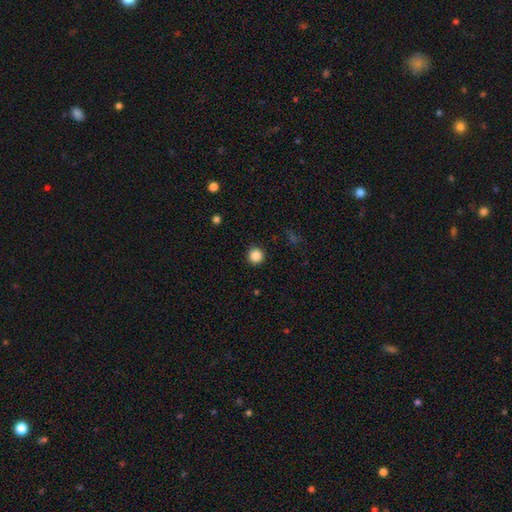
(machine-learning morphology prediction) smooth-or-featured: smooth: 86% | star or artifact: 11% | featured or disk: 4%
  how-rounded: round: 95% | in between: 4% | cigar-shaped: 1%
  merging: none: 92% | minor disturbance: 5% | major disturbance: 2% | merger: 1%